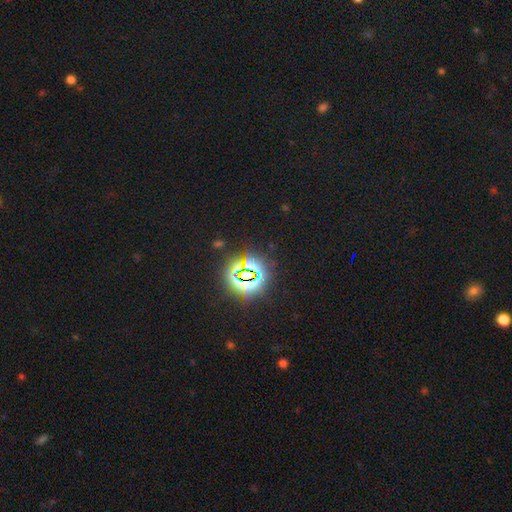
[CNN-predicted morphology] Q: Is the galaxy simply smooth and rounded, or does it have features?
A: star or artifact — 80%.